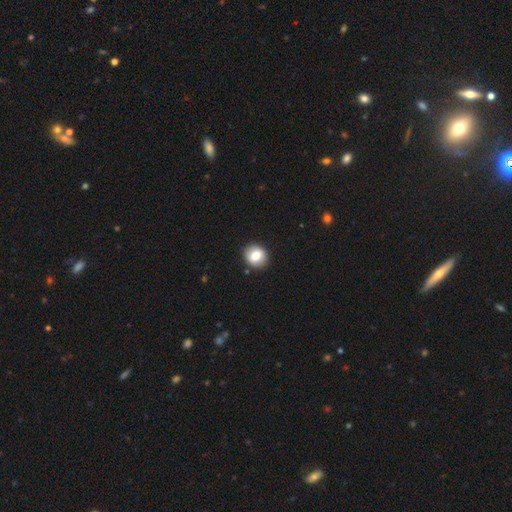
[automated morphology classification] Smooth or featured: smooth — 76% (featured or disk — 16%)
How rounded: round — 75% (in between — 24%)
Merging: none — 89% (minor disturbance — 7%)